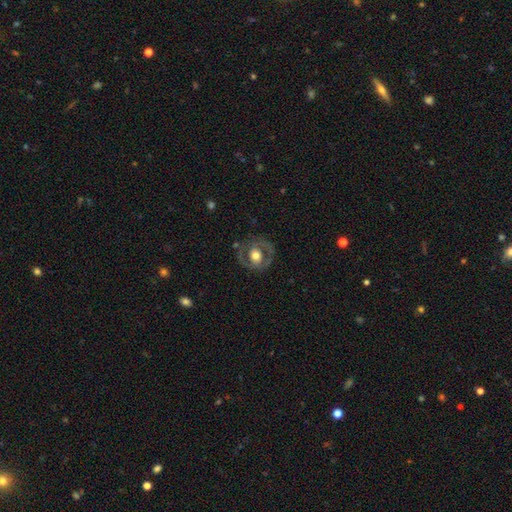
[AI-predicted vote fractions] Q: Smooth or featured?
A: featured or disk (60%); runner-up: smooth (34%)
Q: Edge-on disk?
A: no (95%); runner-up: yes (5%)
Q: Bar?
A: no (72%); runner-up: weak (21%)
Q: Spiral arms?
A: no (64%); runner-up: yes (36%)
Q: Bulge size?
A: moderate (59%); runner-up: large (32%)
Q: Merging?
A: none (72%); runner-up: minor disturbance (16%)